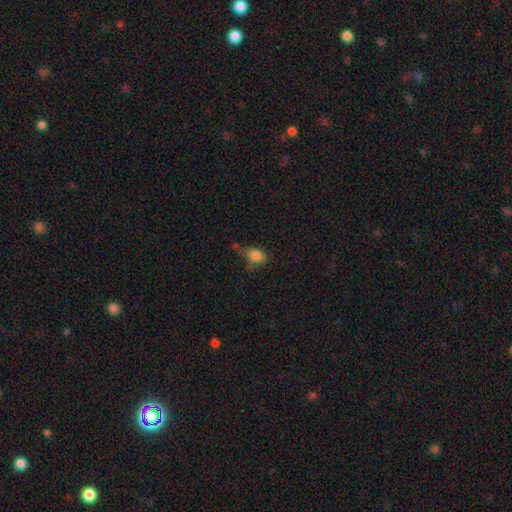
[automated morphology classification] A smooth galaxy with no disk features (82%) that is in between round and cigar-shaped (80%). Merging: none (46%).